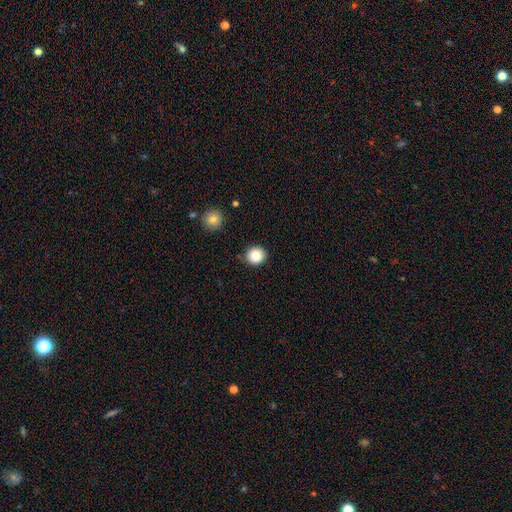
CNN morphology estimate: This appears to be a smooth galaxy with no disk features (87%) that is round (86%). Merging: none (86%).